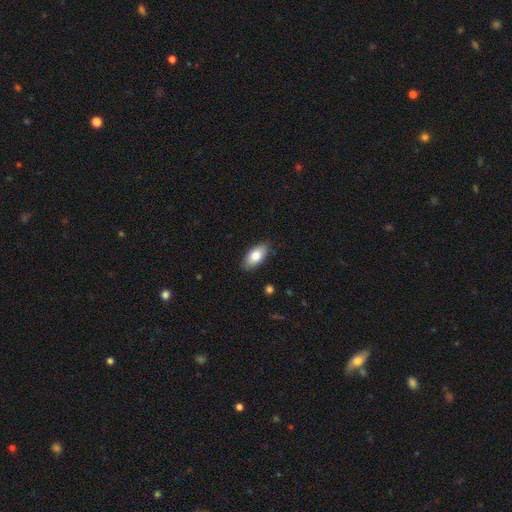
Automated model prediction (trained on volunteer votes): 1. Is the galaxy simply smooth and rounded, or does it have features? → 80% smooth, 14% featured or disk, 6% star or artifact.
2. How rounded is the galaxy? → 91% in between, 6% cigar-shaped, 3% round.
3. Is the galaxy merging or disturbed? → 87% none, 10% minor disturbance, 2% major disturbance, 1% merger.